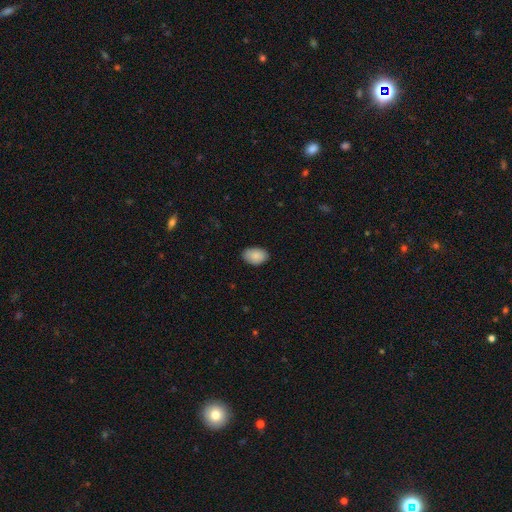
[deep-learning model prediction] Smooth or featured? Predicted: smooth (p=0.89). How rounded? Predicted: in between (p=0.87). Merging? Predicted: none (p=0.85).